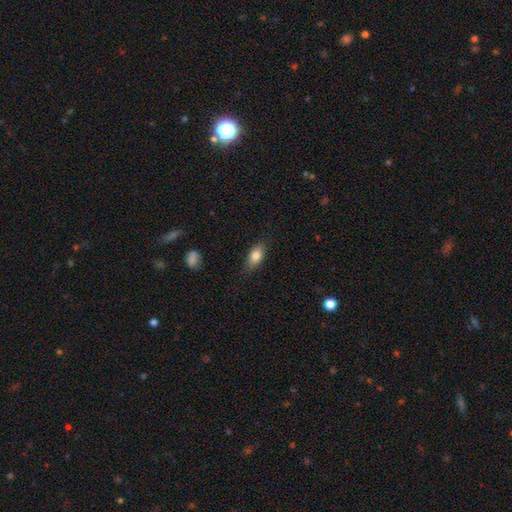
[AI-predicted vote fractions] Q: Smooth or featured?
A: smooth (79%); runner-up: featured or disk (13%)
Q: How rounded?
A: in between (84%); runner-up: cigar-shaped (10%)
Q: Merging?
A: none (82%); runner-up: minor disturbance (14%)